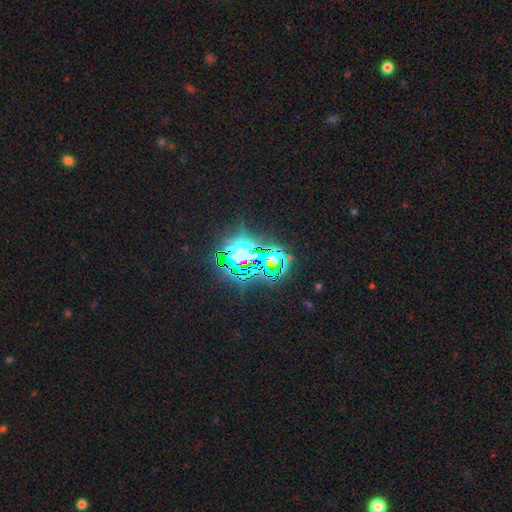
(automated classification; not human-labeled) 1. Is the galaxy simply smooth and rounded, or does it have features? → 78% star or artifact, 13% smooth, 10% featured or disk.